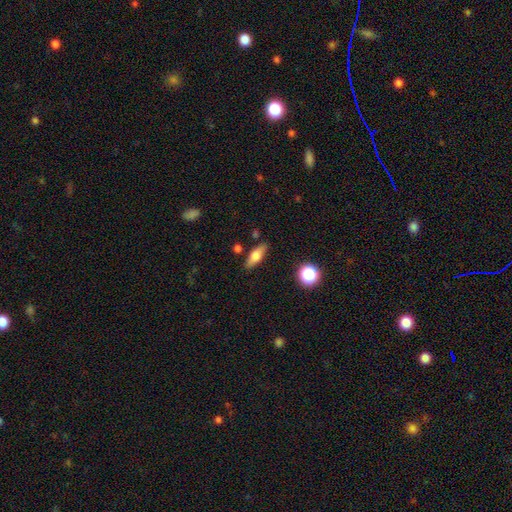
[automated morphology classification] A smooth galaxy with no disk features (64%) that is in between round and cigar-shaped (57%).

Vote fractions:
- Smooth or featured? smooth: 64% / featured or disk: 28% / star or artifact: 8%
- How rounded? in between: 57% / cigar-shaped: 38% / round: 5%
- Merging? none: 84% / minor disturbance: 10% / merger: 3% / major disturbance: 2%